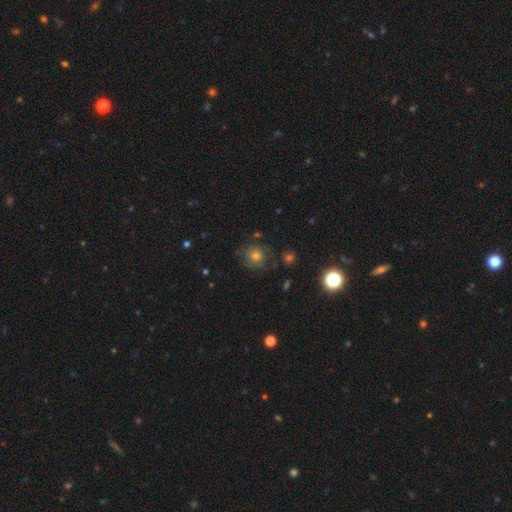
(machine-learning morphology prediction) The model was most divided on "smooth or featured": smooth: 54%, featured or disk: 24%, star or artifact: 21%. More confident: how rounded — round (89%); merging — none (77%).